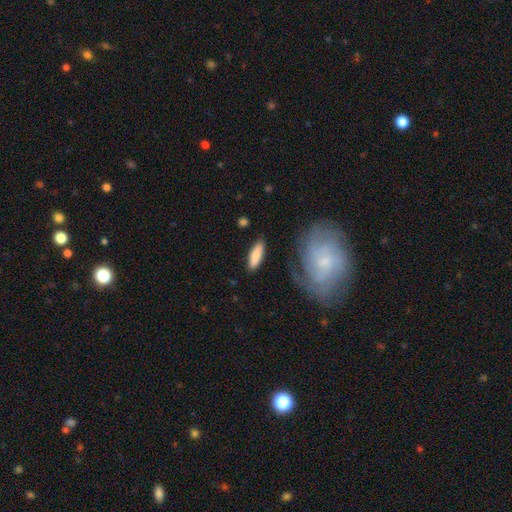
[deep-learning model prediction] smooth 83%, featured or disk 12%, star or artifact 5%. Down the decision tree: how rounded — in between (53%); merging — none (81%).